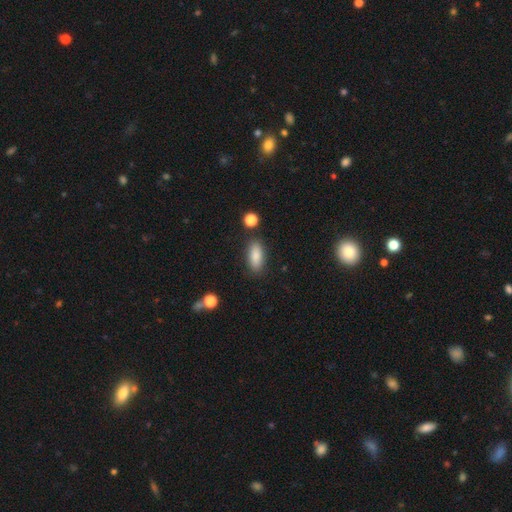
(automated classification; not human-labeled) Q: Smooth or featured?
A: smooth (86%); runner-up: star or artifact (7%)
Q: How rounded?
A: in between (80%); runner-up: cigar-shaped (17%)
Q: Merging?
A: none (84%); runner-up: minor disturbance (10%)